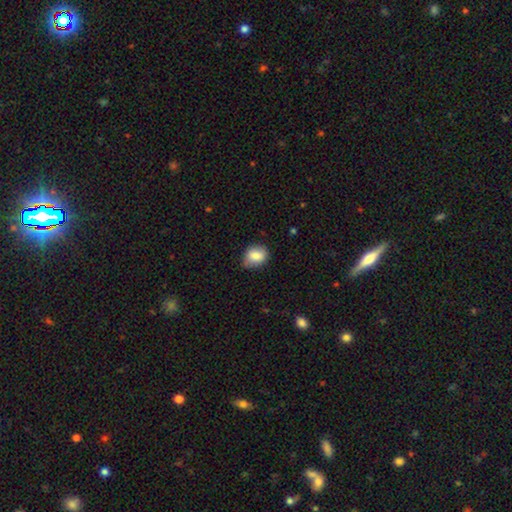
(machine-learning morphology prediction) Smooth or featured? smooth (82%)
How rounded? in between (53%)
Merging? none (71%)